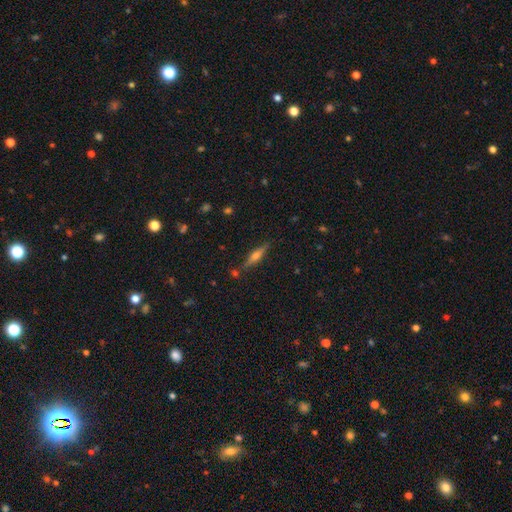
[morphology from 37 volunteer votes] A featured or disk galaxy (81%) viewed edge-on (100%) with a rounded central bulge (83%).

Vote fractions:
- Smooth or featured? featured or disk: 81% / smooth: 16% / star or artifact: 3%
- Edge-on disk? yes: 100% / no: 0%
- Edge-on bulge? rounded: 83% / boxy: 10% / none: 7%
- Merging? none: 94% / minor disturbance: 3% / merger: 3% / major disturbance: 0%